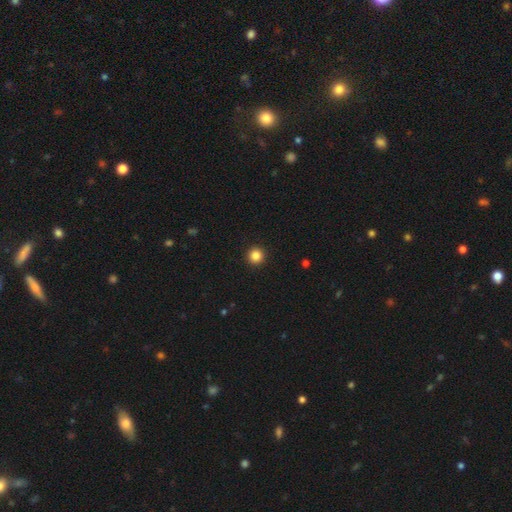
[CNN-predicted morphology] smooth-or-featured: smooth: 85% | star or artifact: 11% | featured or disk: 4%
  how-rounded: round: 96% | in between: 3% | cigar-shaped: 1%
  merging: none: 94% | minor disturbance: 4% | major disturbance: 1% | merger: 1%